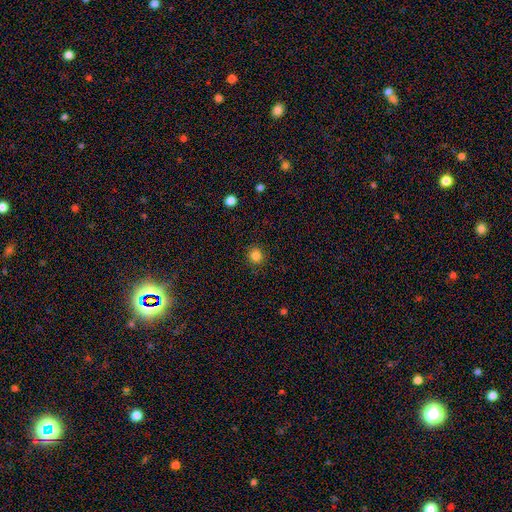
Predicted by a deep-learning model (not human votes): This is clearly a smooth galaxy (83%). How rounded: clearly round (89%). Merging: clearly none (90%).